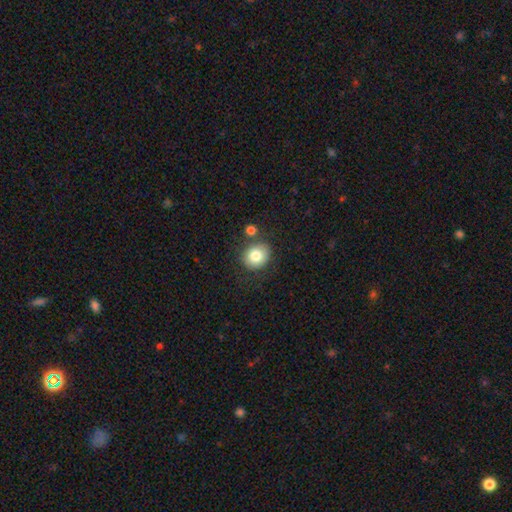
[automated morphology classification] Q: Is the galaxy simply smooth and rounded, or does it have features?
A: smooth — 82%.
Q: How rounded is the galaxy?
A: round — 75%.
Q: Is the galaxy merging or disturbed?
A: none — 76%.